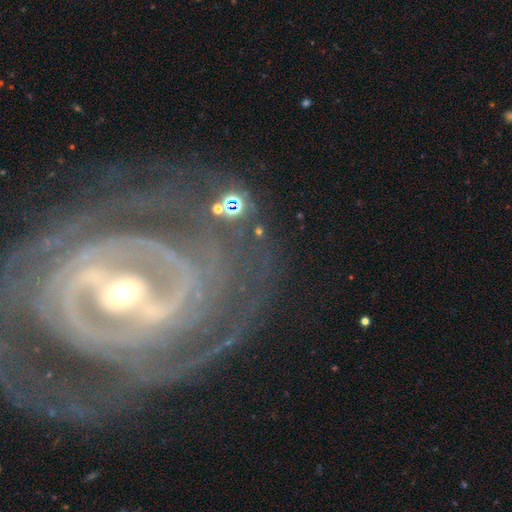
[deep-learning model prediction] Smooth or featured? Predicted: featured or disk (p=0.89). Edge-on disk? Predicted: no (p=0.95). Bar? Predicted: strong (p=0.60). Spiral arms? Predicted: yes (p=0.92). Spiral winding? Predicted: tight (p=0.74). Spiral arm count? Predicted: can't tell (p=0.30). Bulge size? Predicted: small (p=0.49). Merging? Predicted: none (p=0.68).